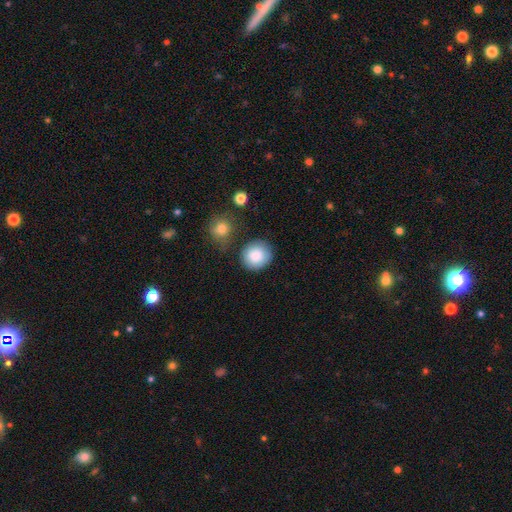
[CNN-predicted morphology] smooth_or_featured: smooth (p=0.88) [alt: star or artifact p=0.07]
how_rounded: round (p=0.88) [alt: in between p=0.11]
merging: none (p=0.79) [alt: minor disturbance p=0.12]